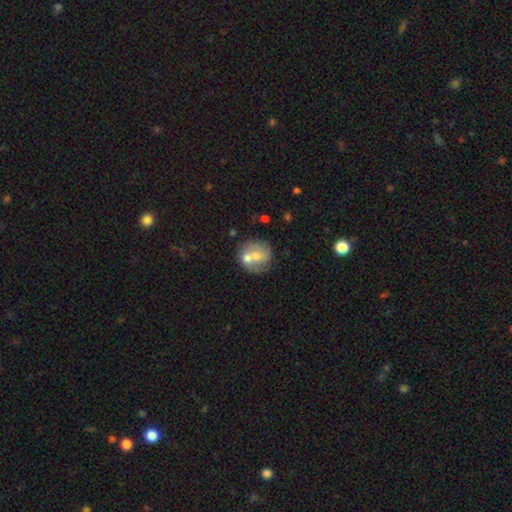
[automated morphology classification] This appears to be a smooth galaxy with no disk features (50%) that is round (79%). Merging: merger (41%).